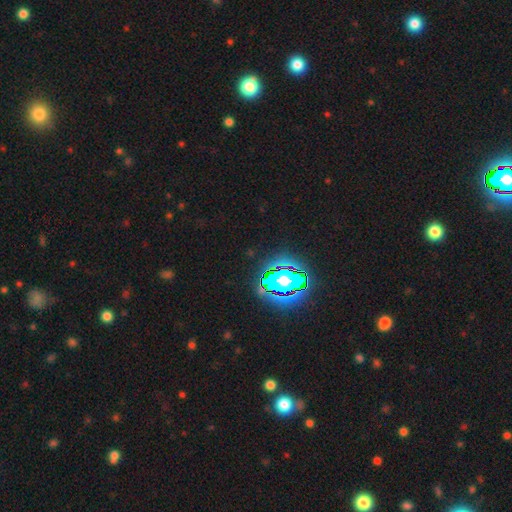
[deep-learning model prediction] Smooth or featured? star or artifact (78%)